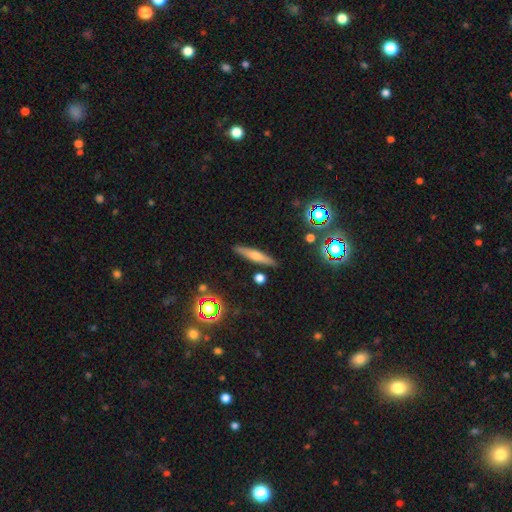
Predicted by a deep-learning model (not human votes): This is possibly a smooth galaxy (46%). Merging: clearly none (88%).